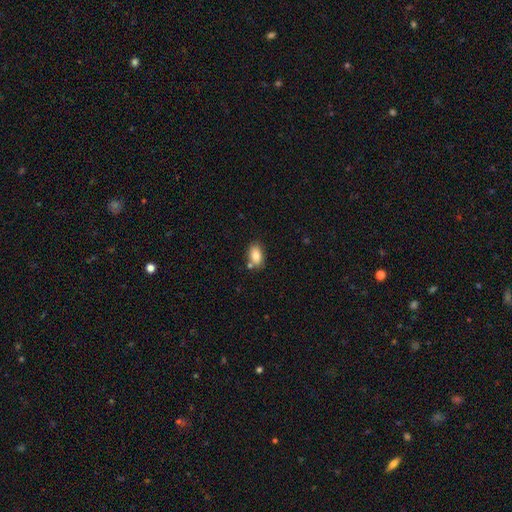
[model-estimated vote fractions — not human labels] Overall: smooth (84%). How rounded: in between (90%). Merging: none (68%).